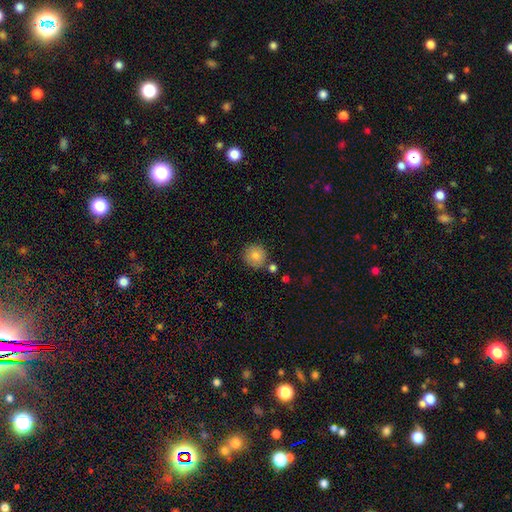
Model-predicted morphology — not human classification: This appears to be a smooth galaxy with no disk features (83%) that is round (93%). Merging: none (79%).